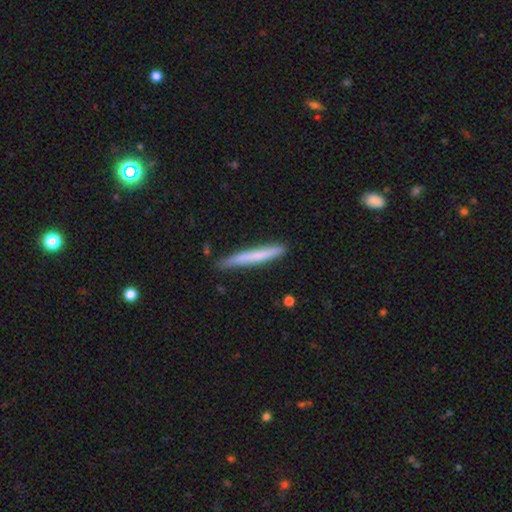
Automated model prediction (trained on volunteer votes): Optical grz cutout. It shows a smooth galaxy with no disk features (65%) that is cigar-shaped (97%). Merging: none (83%).